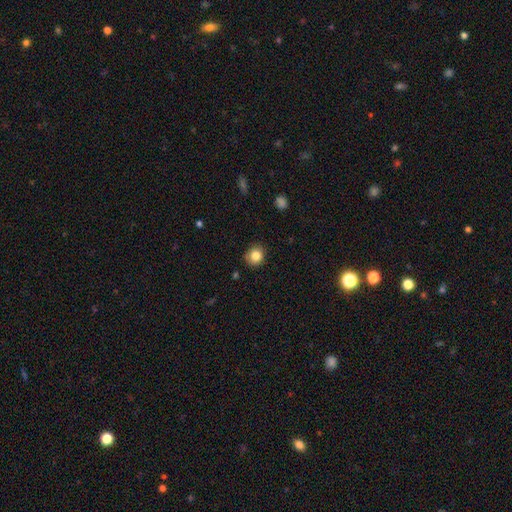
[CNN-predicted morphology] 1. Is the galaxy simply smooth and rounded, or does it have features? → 84% smooth, 10% star or artifact, 6% featured or disk.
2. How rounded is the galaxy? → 85% round, 14% in between, 1% cigar-shaped.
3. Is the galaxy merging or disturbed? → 84% none, 13% minor disturbance, 2% major disturbance, 1% merger.